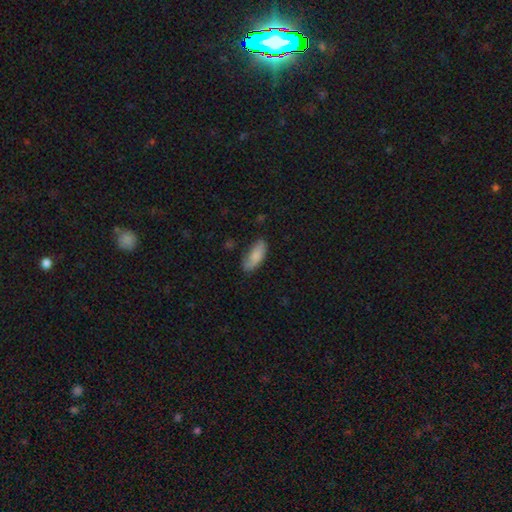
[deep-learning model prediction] Overall: smooth (79%). How rounded: in between (82%). Merging: none (67%).